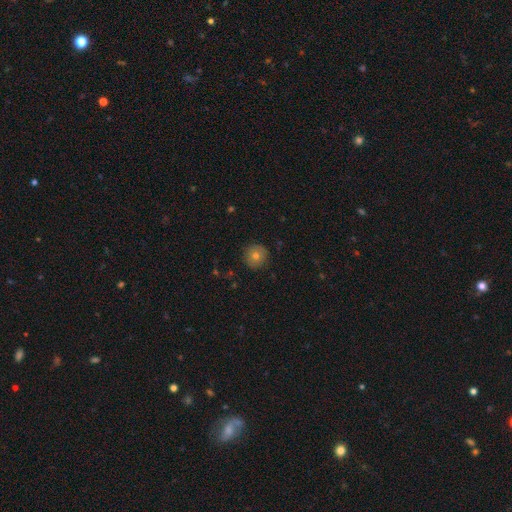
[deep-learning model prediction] smooth-or-featured: smooth: 73% | featured or disk: 15% | star or artifact: 12%
  how-rounded: round: 95% | in between: 4% | cigar-shaped: 1%
  merging: none: 89% | minor disturbance: 8% | major disturbance: 2% | merger: 1%